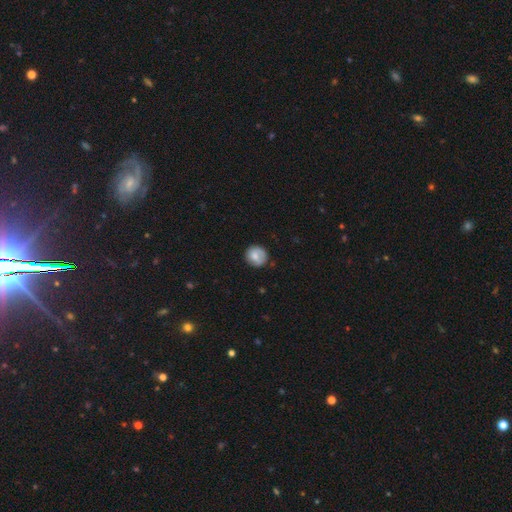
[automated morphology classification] This appears to be a smooth galaxy with no disk features (75%) that is round (88%). Merging: none (77%).